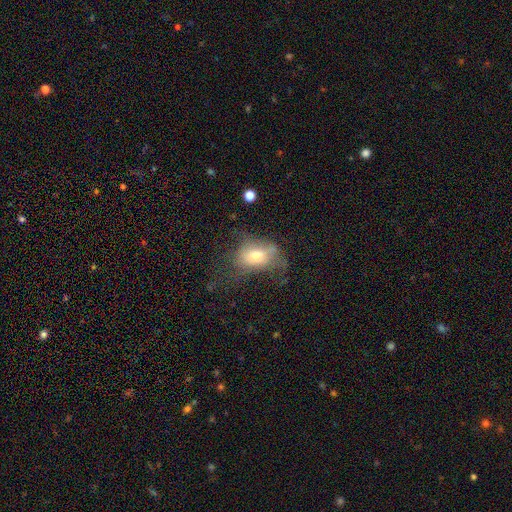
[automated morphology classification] Smooth or featured? Predicted: smooth (p=0.62). How rounded? Predicted: in between (p=0.78). Merging? Predicted: major disturbance (p=0.37).